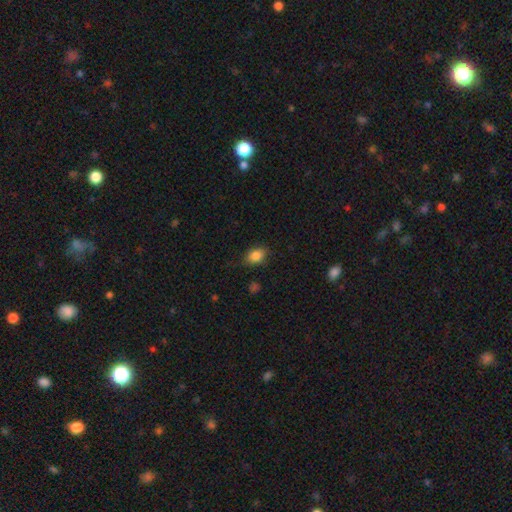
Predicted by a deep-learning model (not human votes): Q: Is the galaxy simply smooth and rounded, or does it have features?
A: smooth — 84%.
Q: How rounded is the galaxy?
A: in between — 70%.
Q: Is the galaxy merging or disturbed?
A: none — 79%.